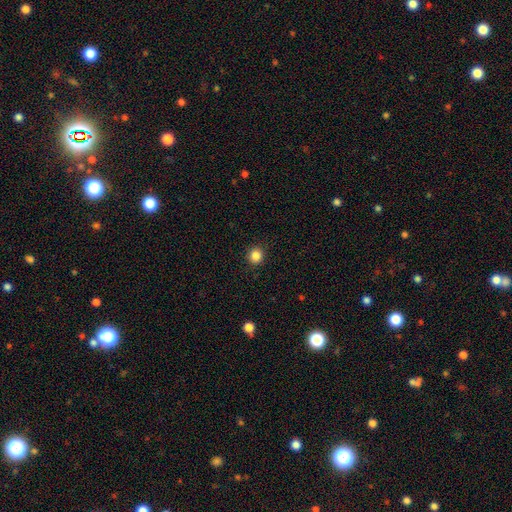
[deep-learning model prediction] smooth 85%, star or artifact 11%, featured or disk 4%. Down the decision tree: how rounded — round (91%); merging — none (91%).